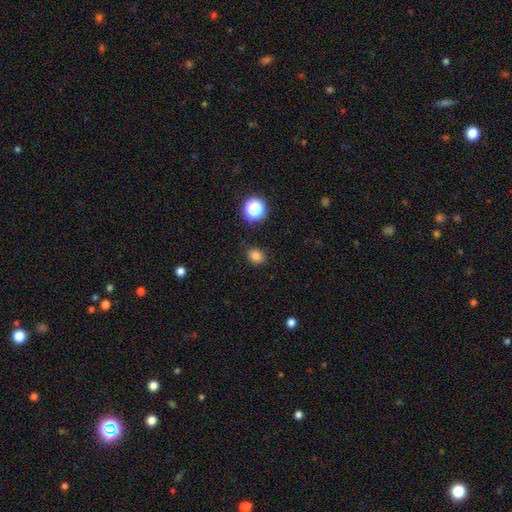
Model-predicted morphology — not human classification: smooth-or-featured: smooth: 81% | star or artifact: 15% | featured or disk: 4%
  how-rounded: round: 64% | in between: 35% | cigar-shaped: 1%
  merging: none: 85% | minor disturbance: 10% | major disturbance: 3% | merger: 2%